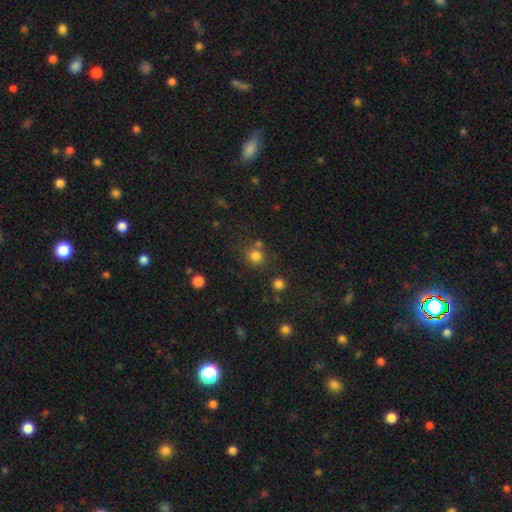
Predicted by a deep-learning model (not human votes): Overall: smooth (79%). How rounded: round (89%). Merging: none (71%).